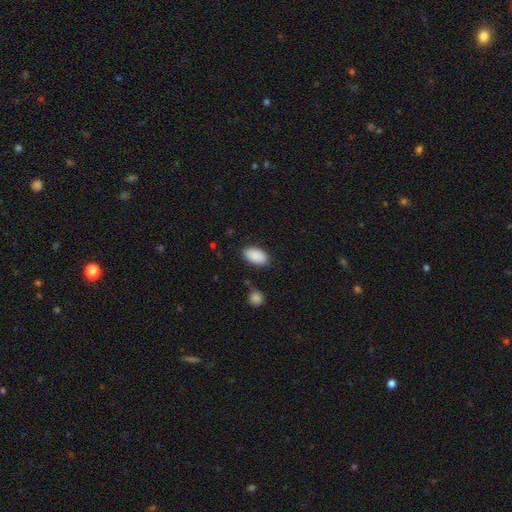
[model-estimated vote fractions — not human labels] Morphology: type=smooth (90%); roundness=in between (95%); merging=none (85%).